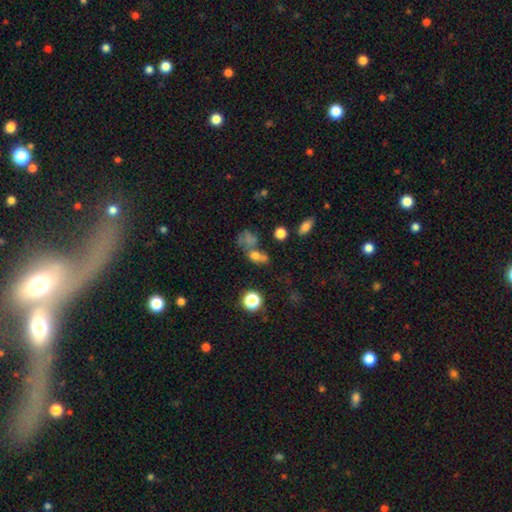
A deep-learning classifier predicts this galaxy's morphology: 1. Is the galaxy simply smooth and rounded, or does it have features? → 63% smooth, 19% star or artifact, 18% featured or disk.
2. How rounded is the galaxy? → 49% round, 47% in between, 4% cigar-shaped.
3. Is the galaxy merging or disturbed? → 46% merger, 29% none, 13% major disturbance, 12% minor disturbance.